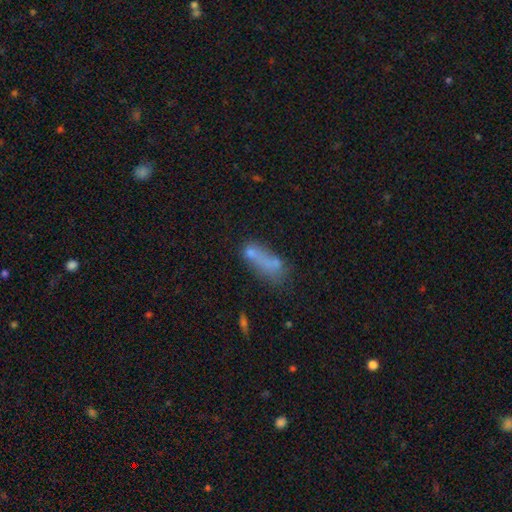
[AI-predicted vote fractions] Overall: smooth (62%; featured or disk 24%). How rounded: in between (67%). Merging: merger (33%; none 26%).